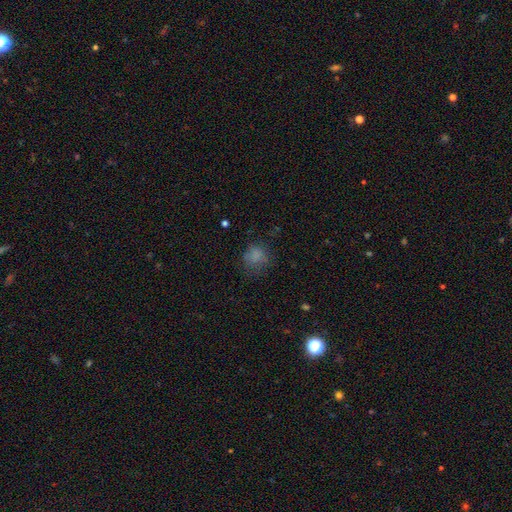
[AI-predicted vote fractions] Overall: smooth (78%). How rounded: round (74%). Merging: none (59%; minor disturbance 24%).